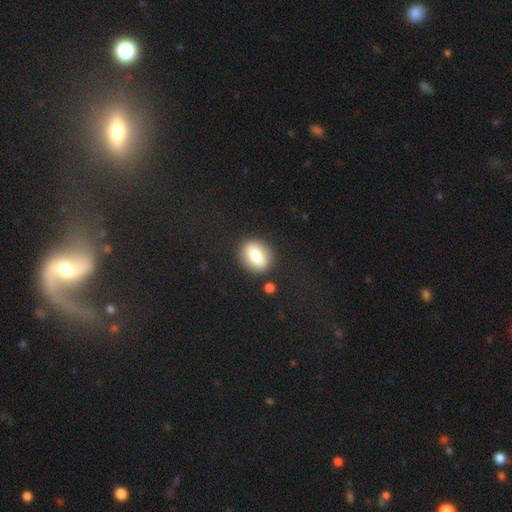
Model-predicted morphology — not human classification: Smooth or featured? smooth (76%)
How rounded? in between (57%)
Merging? none (85%)